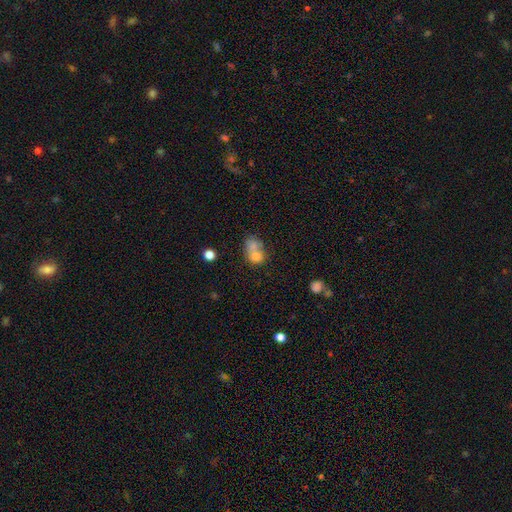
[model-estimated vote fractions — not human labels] This is likely a smooth galaxy (72%). How rounded: possibly round (59%). Merging: likely merger (62%).